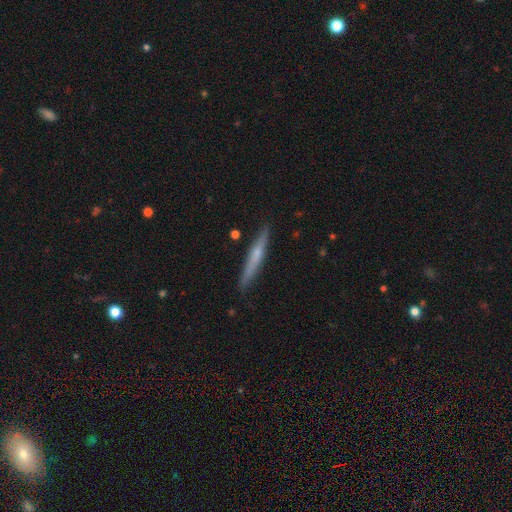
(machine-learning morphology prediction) Smooth or featured? Predicted: featured or disk (p=0.51). Edge-on disk? Predicted: yes (p=0.96). Merging? Predicted: none (p=0.88).